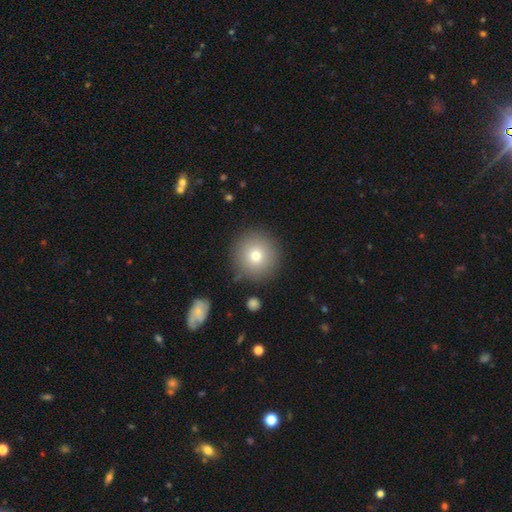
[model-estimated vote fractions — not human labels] Smooth or featured?
  - smooth: 77% *
  - featured or disk: 12%
  - star or artifact: 12%
How rounded?
  - round: 96% *
  - in between: 3%
  - cigar-shaped: 1%
Merging?
  - none: 88% *
  - minor disturbance: 7%
  - major disturbance: 3%
  - merger: 2%